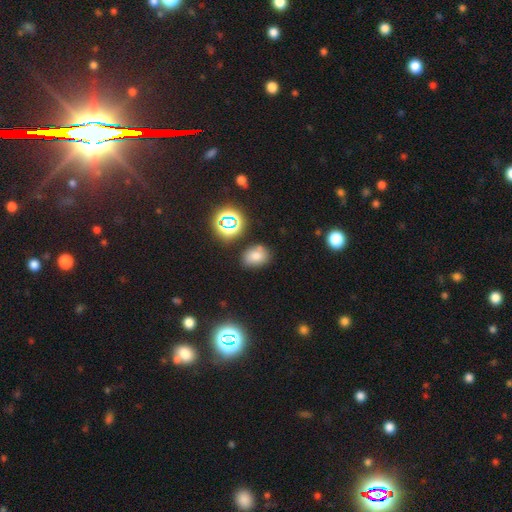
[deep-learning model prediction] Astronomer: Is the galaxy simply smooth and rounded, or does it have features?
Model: smooth — 68%.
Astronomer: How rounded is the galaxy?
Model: in between — 63%.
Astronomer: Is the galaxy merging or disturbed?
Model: none — 72%.